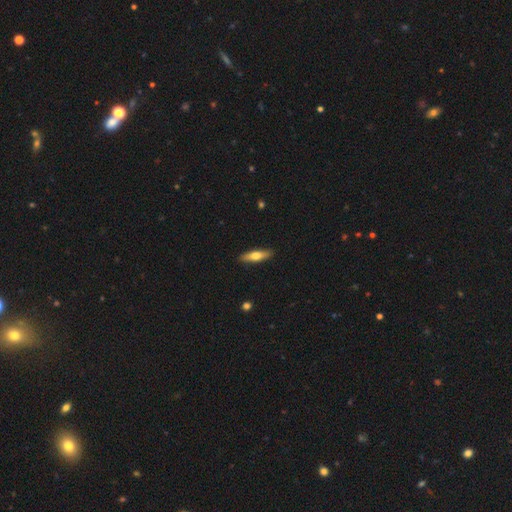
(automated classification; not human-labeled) This is likely a smooth galaxy (60%). How rounded: likely cigar-shaped (67%). Merging: clearly none (90%).